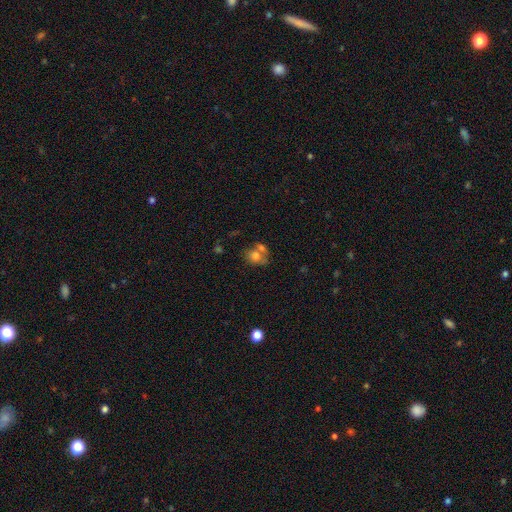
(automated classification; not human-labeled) smooth_or_featured: smooth (p=0.72) [alt: featured or disk p=0.17]
how_rounded: round (p=0.55) [alt: in between p=0.44]
merging: merger (p=0.46) [alt: none p=0.35]